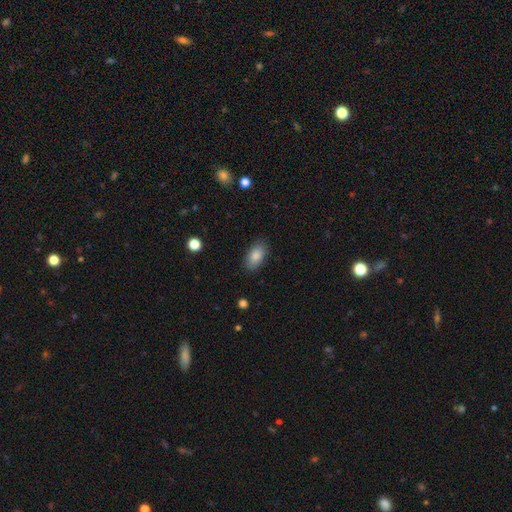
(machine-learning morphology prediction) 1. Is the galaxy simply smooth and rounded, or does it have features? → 85% smooth, 8% featured or disk, 7% star or artifact.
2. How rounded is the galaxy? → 93% in between, 5% round, 2% cigar-shaped.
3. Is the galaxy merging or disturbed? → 85% none, 11% minor disturbance, 3% major disturbance, 1% merger.